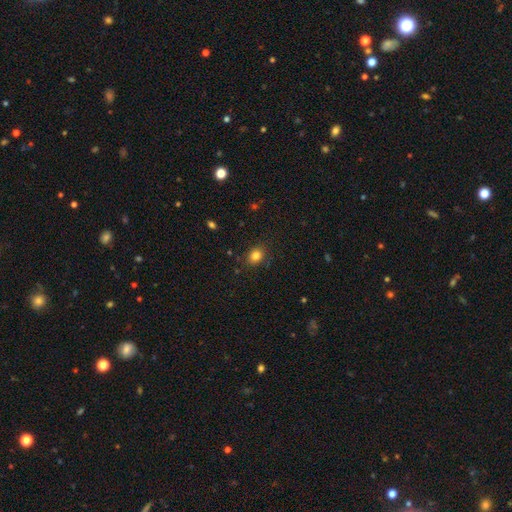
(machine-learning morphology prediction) type=smooth (83%); roundness=round (51%); merging=none (84%).